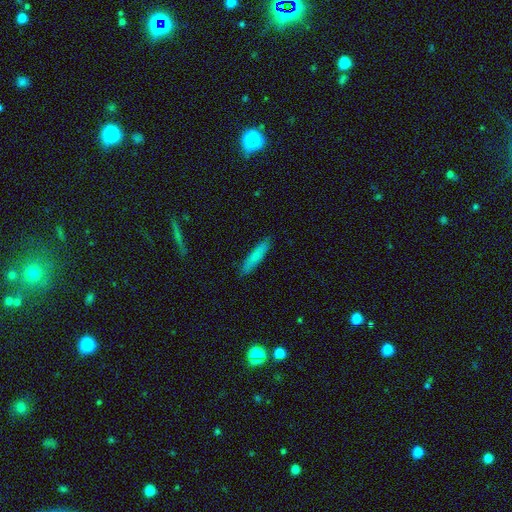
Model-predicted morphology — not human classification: Smooth or featured? smooth (79%)
How rounded? cigar-shaped (88%)
Merging? none (89%)